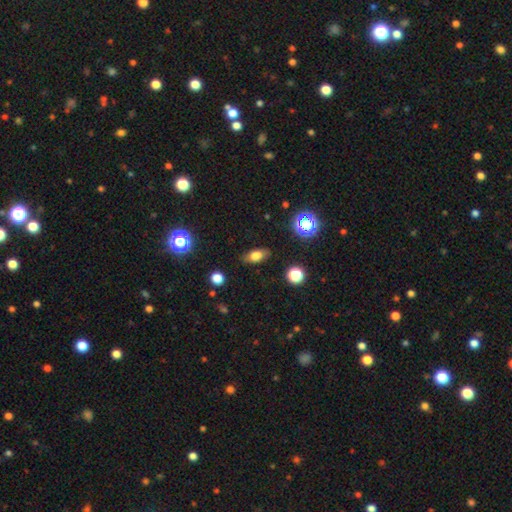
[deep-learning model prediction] smooth 73%, featured or disk 14%, star or artifact 12%. Down the decision tree: how rounded — in between (79%); merging — none (83%).